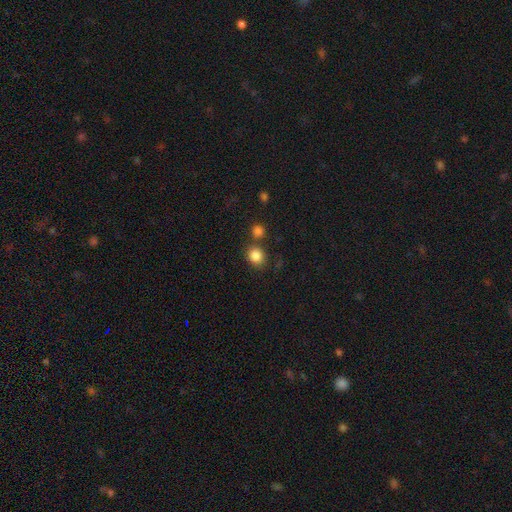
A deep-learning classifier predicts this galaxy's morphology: A smooth galaxy with no disk features (85%) that is round (72%). Merging: none (71%).